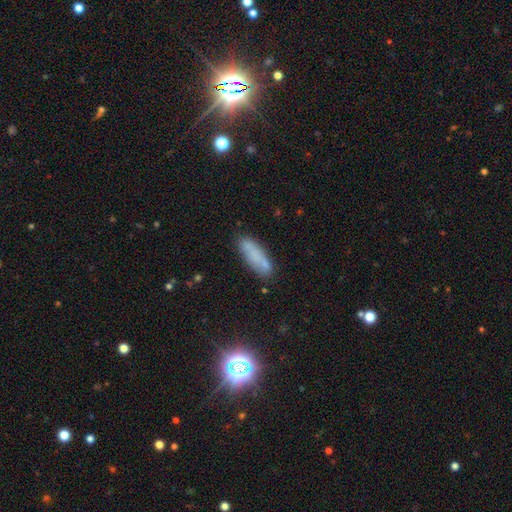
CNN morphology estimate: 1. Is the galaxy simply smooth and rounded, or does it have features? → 71% smooth, 18% featured or disk, 11% star or artifact.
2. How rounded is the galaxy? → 53% cigar-shaped, 44% in between, 2% round.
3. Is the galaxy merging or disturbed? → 73% none, 17% minor disturbance, 5% merger, 5% major disturbance.